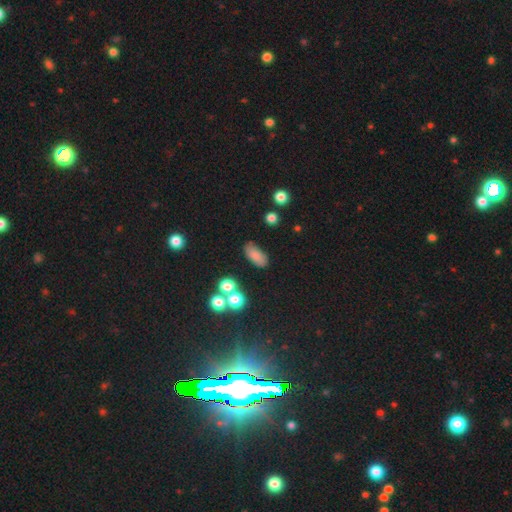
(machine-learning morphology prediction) smooth 79%, star or artifact 11%, featured or disk 10%. Down the decision tree: how rounded — in between (85%); merging — none (77%).